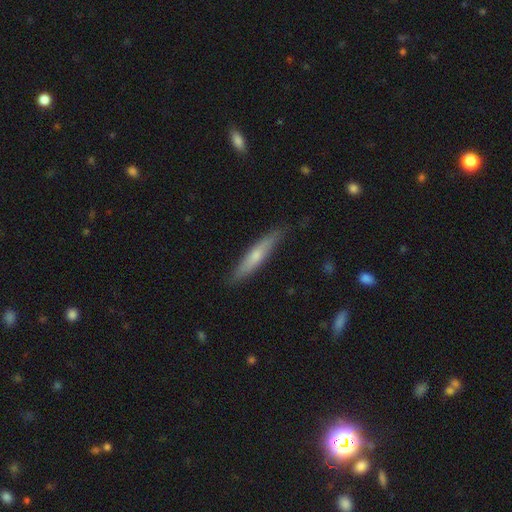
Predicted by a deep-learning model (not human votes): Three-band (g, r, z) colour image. It shows a smooth galaxy with no disk features (54%) that is cigar-shaped (91%). Merging: none (84%).